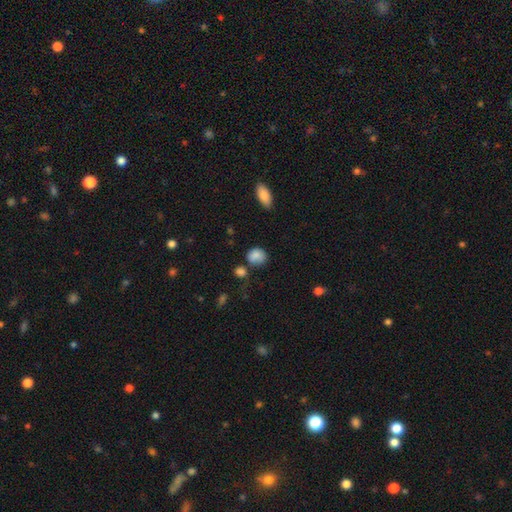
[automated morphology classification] A smooth galaxy with no disk features (85%) that is round (64%). Merging: none (64%).